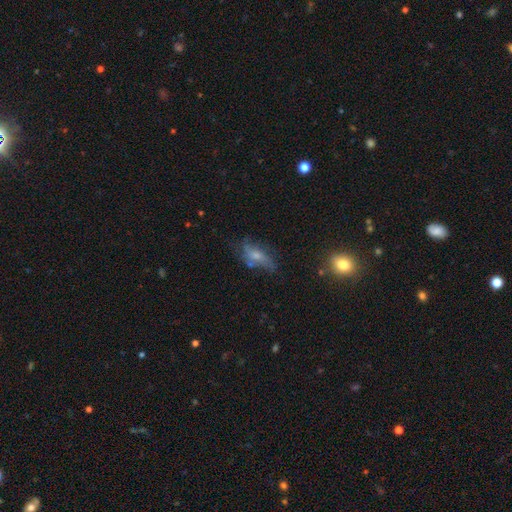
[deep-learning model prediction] Morphology: type=smooth (44%, tied with featured or disk); merging=none (46%).